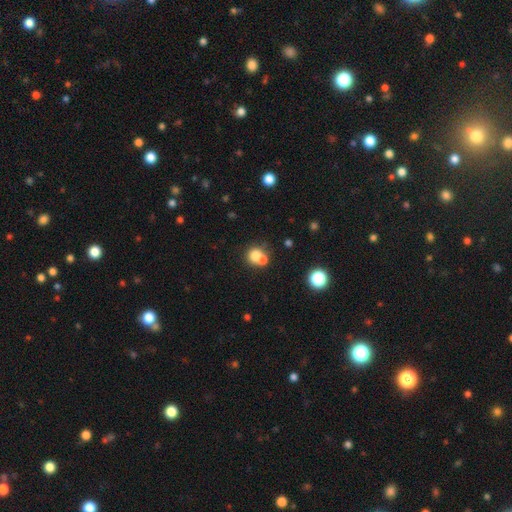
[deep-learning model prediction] smooth_or_featured: smooth (p=0.73) [alt: featured or disk p=0.15]
how_rounded: round (p=0.83) [alt: in between p=0.16]
merging: merger (p=0.50) [alt: none p=0.40]